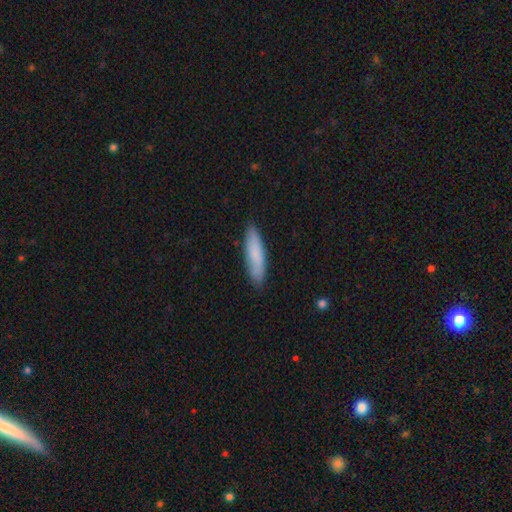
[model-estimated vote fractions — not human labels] Overall: smooth (82%). How rounded: cigar-shaped (71%). Merging: none (84%).